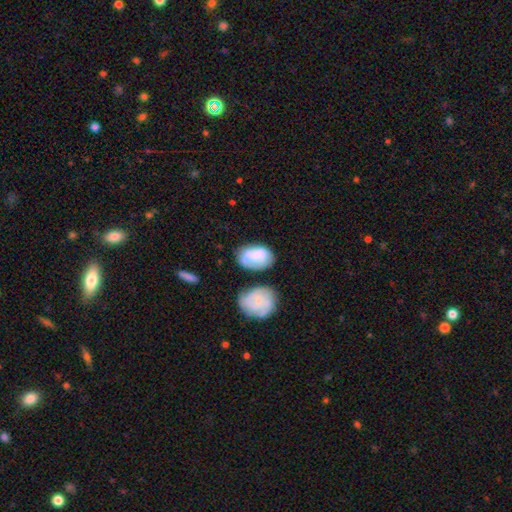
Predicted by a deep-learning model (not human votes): smooth-or-featured: smooth: 64% | featured or disk: 29% | star or artifact: 7%
  how-rounded: in between: 88% | round: 10% | cigar-shaped: 2%
  merging: none: 51% | minor disturbance: 26% | merger: 13% | major disturbance: 10%